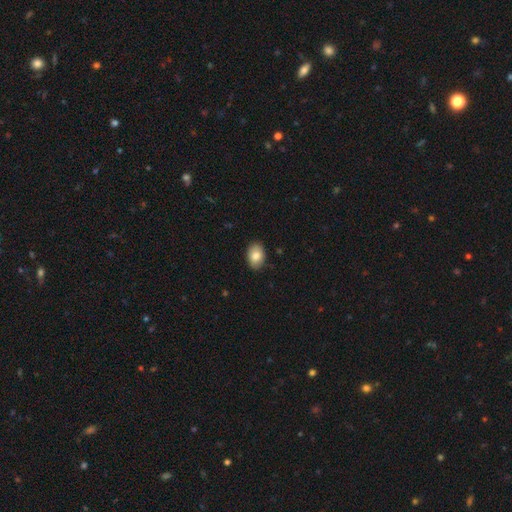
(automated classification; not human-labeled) A smooth galaxy with no disk features (84%) that is in between round and cigar-shaped (83%).

Vote fractions:
- Smooth or featured? smooth: 84% / featured or disk: 9% / star or artifact: 7%
- How rounded? in between: 83% / round: 16% / cigar-shaped: 1%
- Merging? none: 89% / minor disturbance: 8% / major disturbance: 2% / merger: 1%